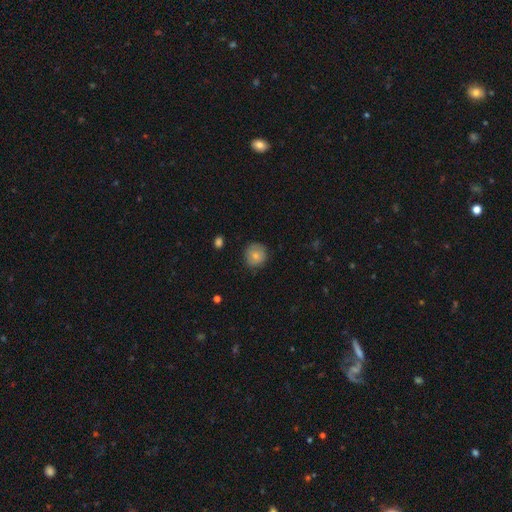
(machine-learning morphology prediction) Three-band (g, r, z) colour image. It shows a smooth galaxy with no disk features (75%) that is round (90%). Merging: none (80%).